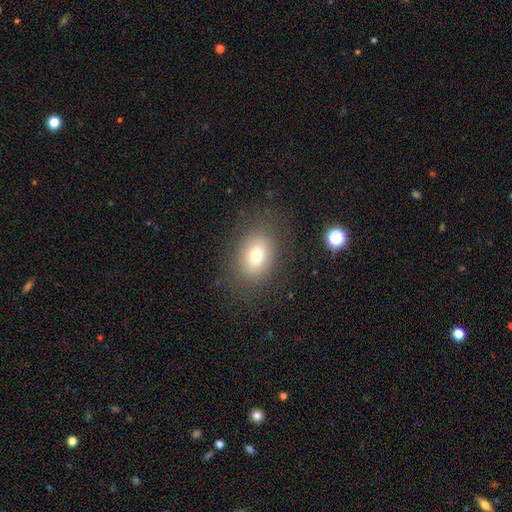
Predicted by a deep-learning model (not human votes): A smooth galaxy with no disk features (73%) that is in between round and cigar-shaped (71%).

Vote fractions:
- Smooth or featured? smooth: 73% / featured or disk: 14% / star or artifact: 13%
- How rounded? in between: 71% / round: 28% / cigar-shaped: 1%
- Merging? none: 81% / minor disturbance: 11% / major disturbance: 6% / merger: 1%